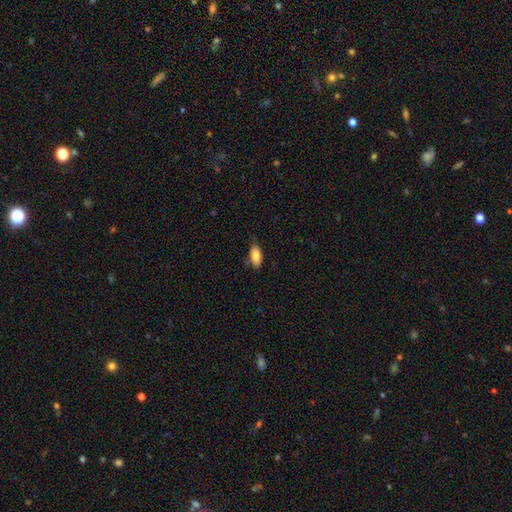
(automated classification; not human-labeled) A smooth galaxy with no disk features (84%) that is in between round and cigar-shaped (89%).

Vote fractions:
- Smooth or featured? smooth: 84% / featured or disk: 8% / star or artifact: 7%
- How rounded? in between: 89% / cigar-shaped: 8% / round: 3%
- Merging? none: 70% / minor disturbance: 24% / major disturbance: 4% / merger: 2%